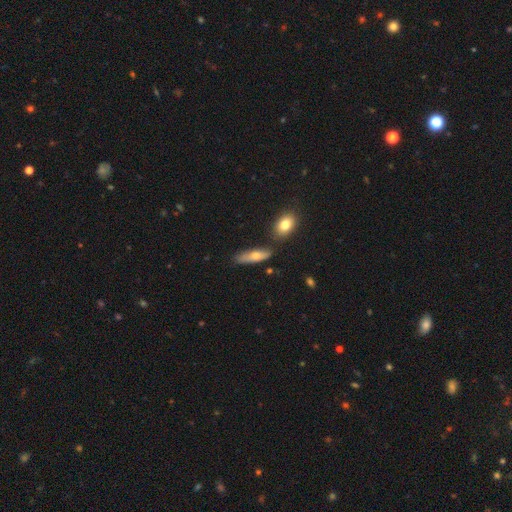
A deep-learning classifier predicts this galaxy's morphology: smooth-or-featured: smooth: 64% | featured or disk: 29% | star or artifact: 7%
  how-rounded: cigar-shaped: 60% | in between: 38% | round: 3%
  merging: none: 71% | minor disturbance: 17% | merger: 7% | major disturbance: 4%